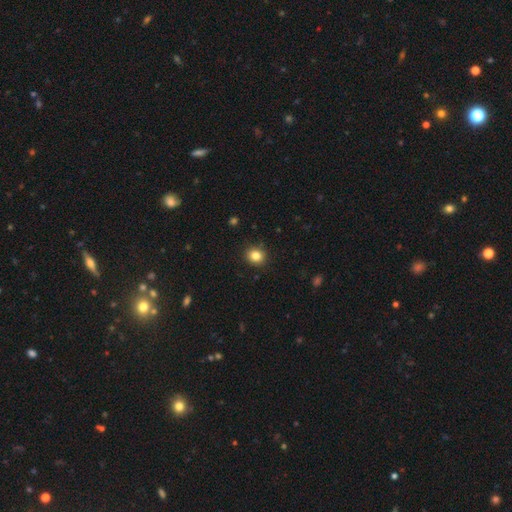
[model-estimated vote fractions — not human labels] Q: Smooth or featured?
A: smooth (84%); runner-up: star or artifact (11%)
Q: How rounded?
A: round (72%); runner-up: in between (27%)
Q: Merging?
A: none (89%); runner-up: minor disturbance (8%)